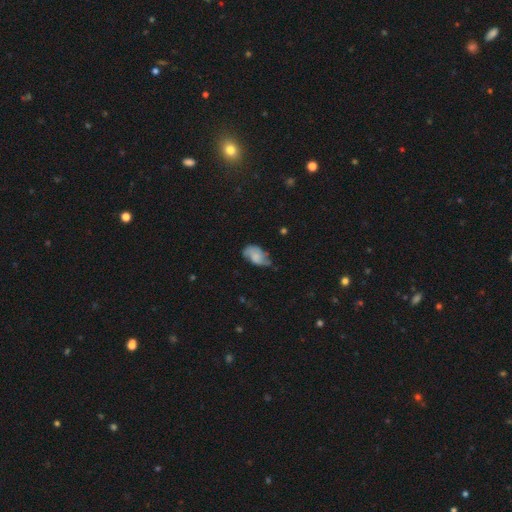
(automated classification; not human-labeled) This is possibly a smooth galaxy (57%). How rounded: clearly in between (91%). Merging: possibly none (48%).